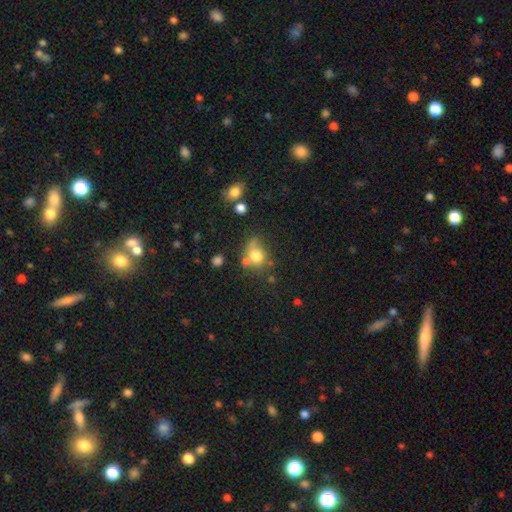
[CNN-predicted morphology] Smooth or featured: smooth — 73% (featured or disk — 14%)
How rounded: round — 66% (in between — 33%)
Merging: none — 41% (merger — 27%)